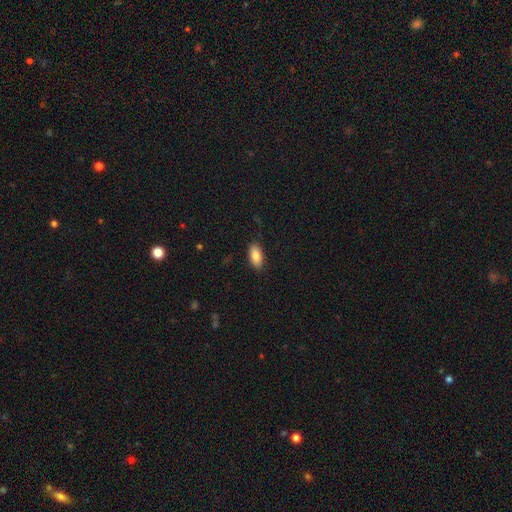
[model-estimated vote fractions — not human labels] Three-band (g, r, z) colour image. It shows a smooth galaxy with no disk features (85%) that is in between round and cigar-shaped (91%). Merging: none (87%).